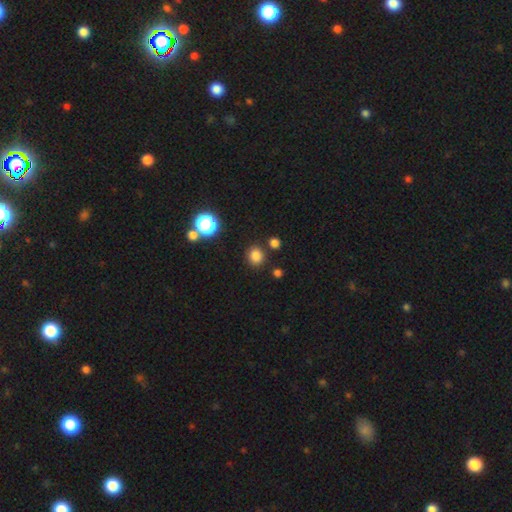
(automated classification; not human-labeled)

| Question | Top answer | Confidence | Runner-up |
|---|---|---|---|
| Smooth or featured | smooth | 81% | star or artifact (15%) |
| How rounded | round | 82% | in between (17%) |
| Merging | none | 85% | minor disturbance (8%) |